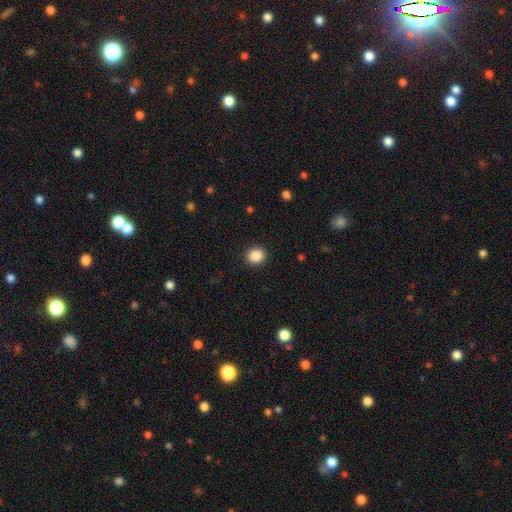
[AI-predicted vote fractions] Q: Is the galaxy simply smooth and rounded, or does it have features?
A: smooth — 88%.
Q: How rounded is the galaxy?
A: round — 82%.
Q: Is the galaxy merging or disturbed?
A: none — 90%.